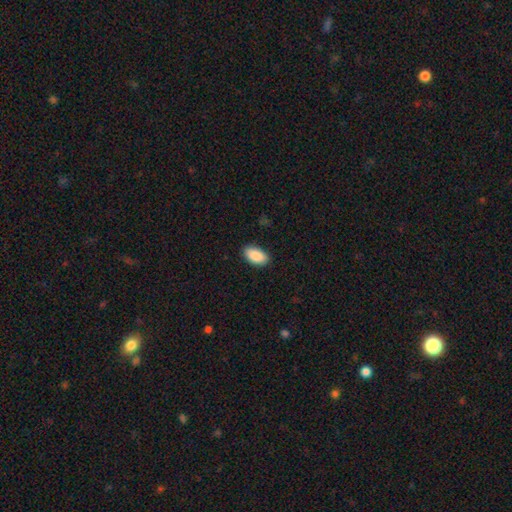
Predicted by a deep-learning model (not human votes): A smooth galaxy with no disk features (90%) that is in between round and cigar-shaped (95%).

Vote fractions:
- Smooth or featured? smooth: 90% / star or artifact: 6% / featured or disk: 4%
- How rounded? in between: 95% / round: 3% / cigar-shaped: 2%
- Merging? none: 88% / minor disturbance: 9% / major disturbance: 2% / merger: 1%